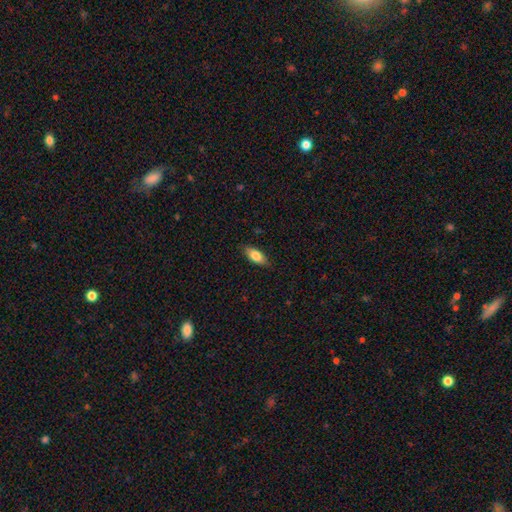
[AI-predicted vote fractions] A smooth galaxy with no disk features (80%) that is in between round and cigar-shaped (83%). Merging: none (84%).